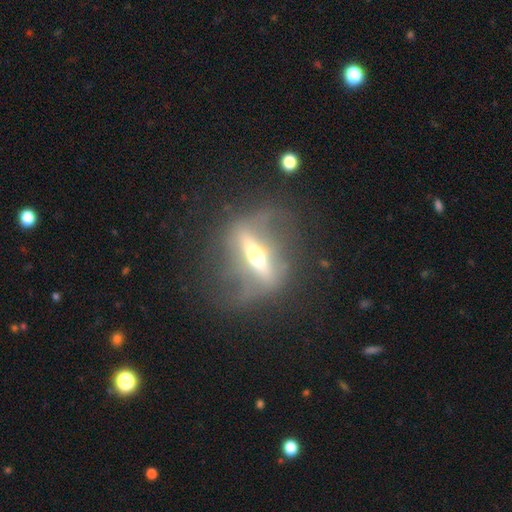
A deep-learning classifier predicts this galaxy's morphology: featured or disk 75%, smooth 18%, star or artifact 7%. Down the decision tree: edge-on disk — yes (62%); merging — none (57%).